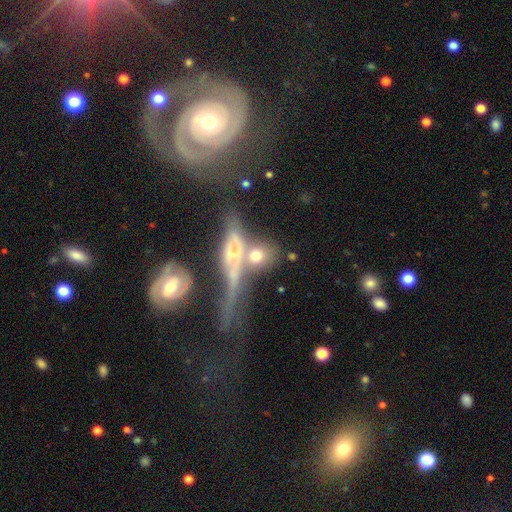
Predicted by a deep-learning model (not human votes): The model was most divided on "merging": none: 40%, merger: 31%, minor disturbance: 15%, major disturbance: 14%. Remaining: smooth or featured — smooth (49%).